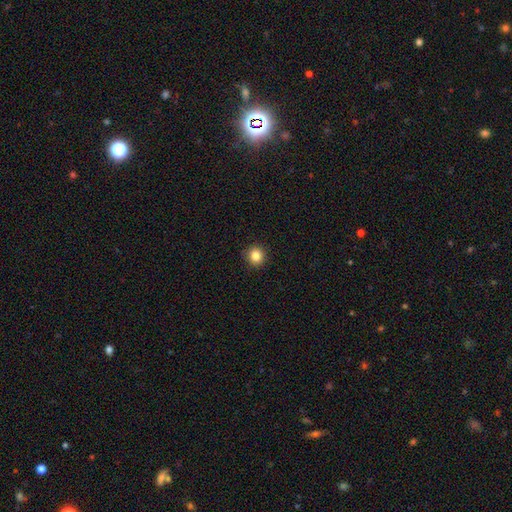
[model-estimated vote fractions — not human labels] This appears to be a smooth galaxy with no disk features (85%) that is round (91%). Merging: none (92%).